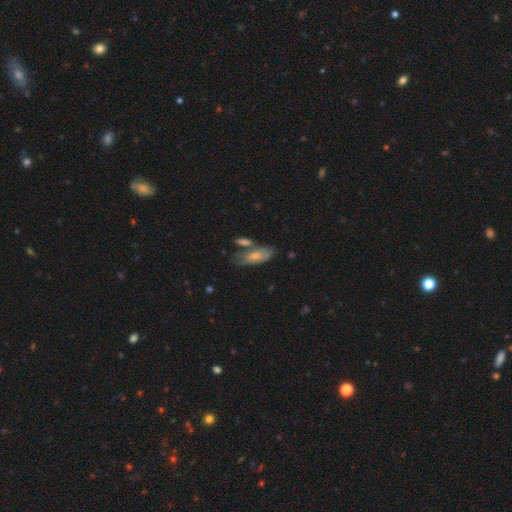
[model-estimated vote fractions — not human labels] smooth 65%, featured or disk 29%, star or artifact 7%. Down the decision tree: how rounded — in between (73%); merging — none (45%).